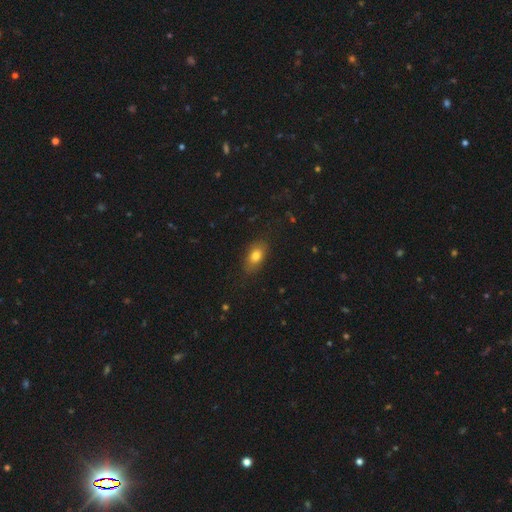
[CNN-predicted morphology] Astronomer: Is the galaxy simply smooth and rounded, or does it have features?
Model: smooth — 79%.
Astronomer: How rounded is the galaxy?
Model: in between — 86%.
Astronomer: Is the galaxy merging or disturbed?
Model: none — 81%.